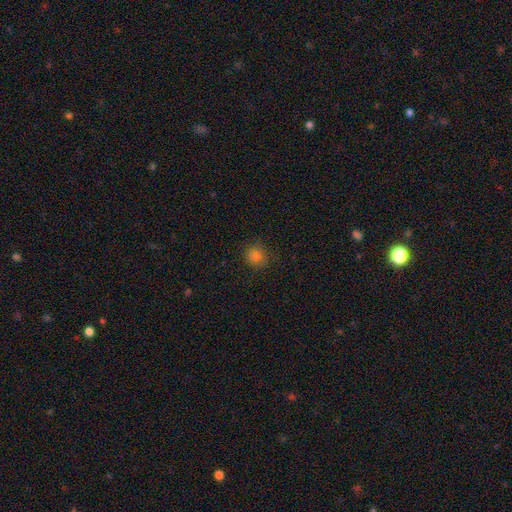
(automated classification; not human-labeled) A smooth galaxy with no disk features (80%) that is round (90%). Merging: none (84%).